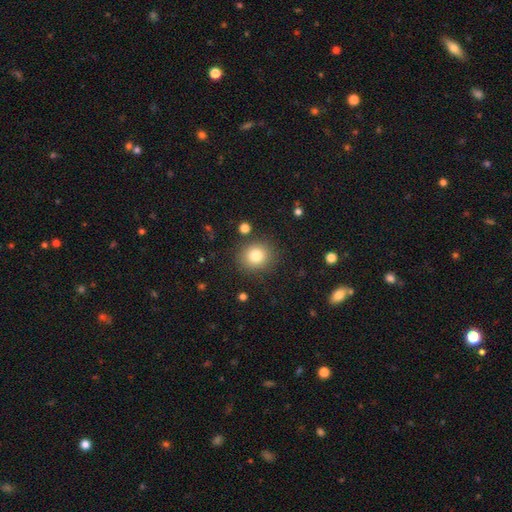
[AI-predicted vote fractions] This is clearly a smooth galaxy (81%). How rounded: clearly round (84%). Merging: clearly none (86%).